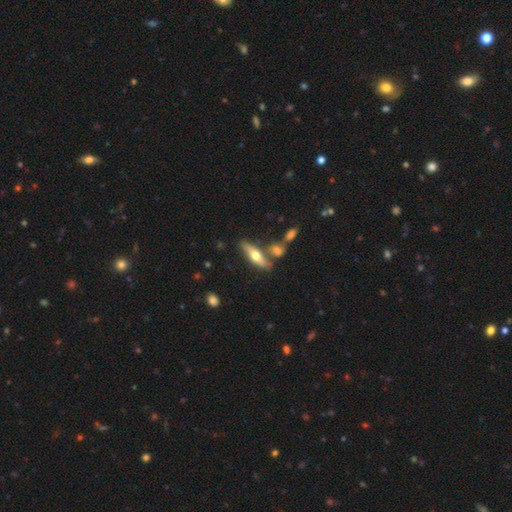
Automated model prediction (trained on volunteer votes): Smooth or featured? featured or disk (51%)
Edge-on disk? yes (88%)
Merging? none (65%)